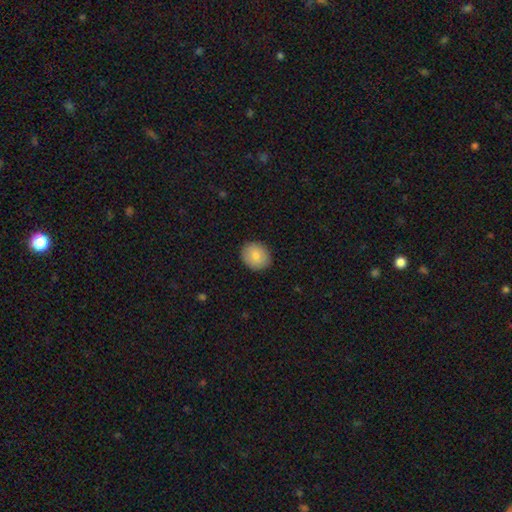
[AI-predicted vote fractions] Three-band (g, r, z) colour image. It shows a smooth galaxy with no disk features (82%) that is round (67%). Merging: none (88%).